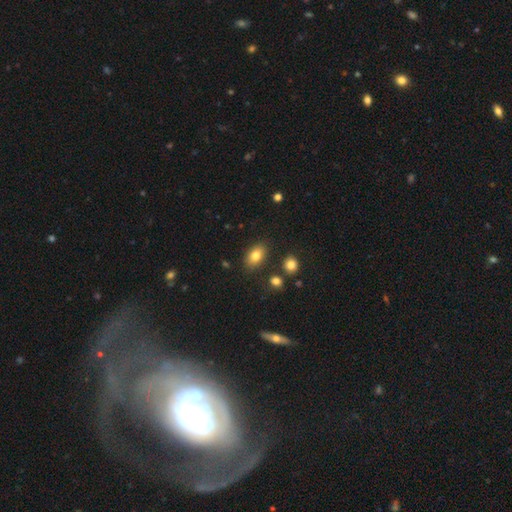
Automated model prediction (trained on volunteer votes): Smooth or featured: smooth — 80% (featured or disk — 10%)
How rounded: in between — 85% (round — 13%)
Merging: none — 82% (minor disturbance — 11%)